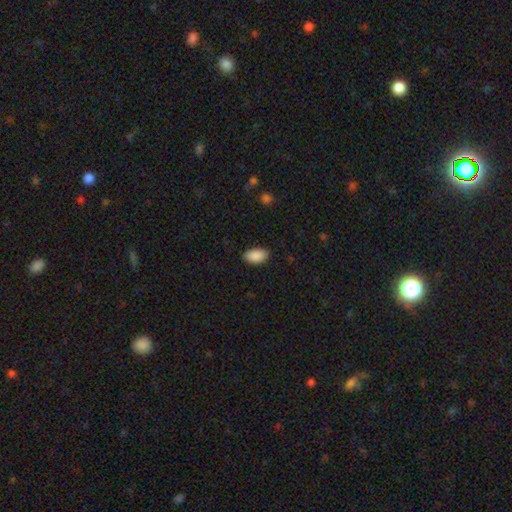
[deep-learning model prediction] Smooth or featured: smooth — 90% (star or artifact — 7%)
How rounded: in between — 94% (round — 4%)
Merging: none — 87% (minor disturbance — 10%)